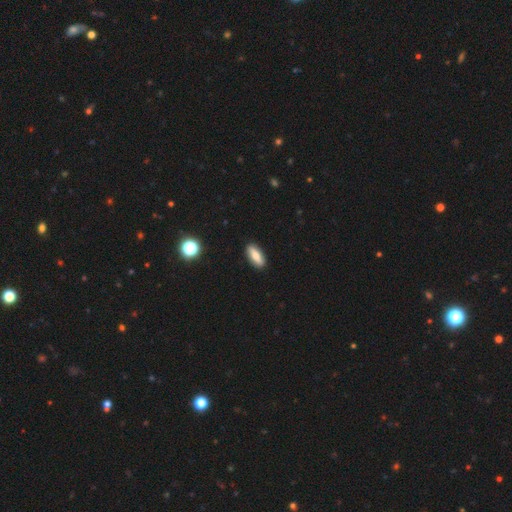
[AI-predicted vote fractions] Morphology: type=smooth (70%); roundness=in between (72%); merging=none (89%).